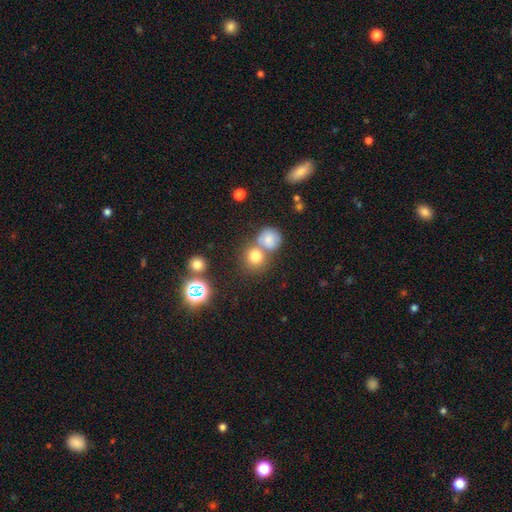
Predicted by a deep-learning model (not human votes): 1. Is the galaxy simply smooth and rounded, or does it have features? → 72% smooth, 17% star or artifact, 11% featured or disk.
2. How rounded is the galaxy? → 86% round, 13% in between, 1% cigar-shaped.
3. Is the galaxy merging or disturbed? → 50% none, 39% merger, 8% minor disturbance, 3% major disturbance.